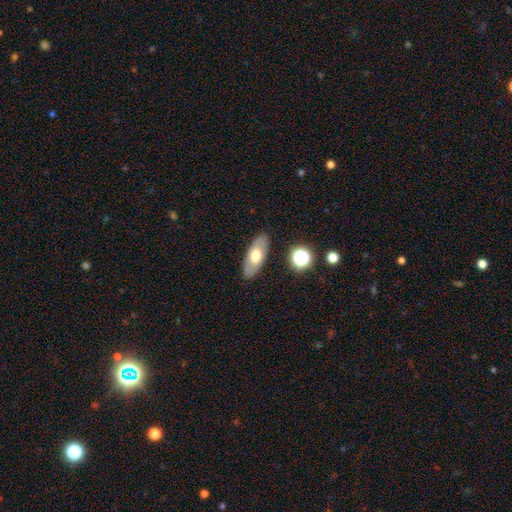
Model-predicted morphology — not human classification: Q: Smooth or featured?
A: smooth (59%); runner-up: featured or disk (34%)
Q: How rounded?
A: in between (83%); runner-up: cigar-shaped (12%)
Q: Merging?
A: none (87%); runner-up: minor disturbance (9%)